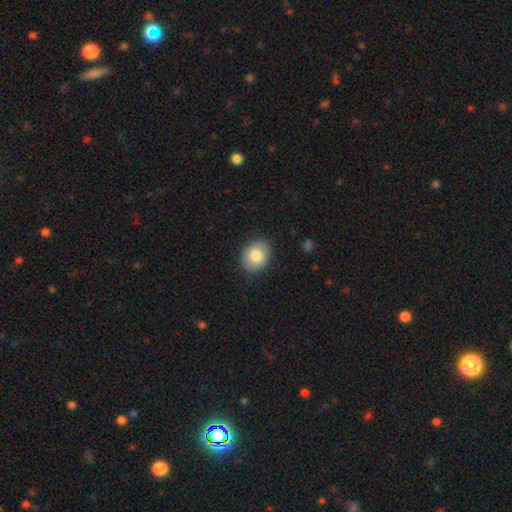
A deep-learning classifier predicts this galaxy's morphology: Overall: smooth (81%). How rounded: round (51%; in between 48%). Merging: none (86%).